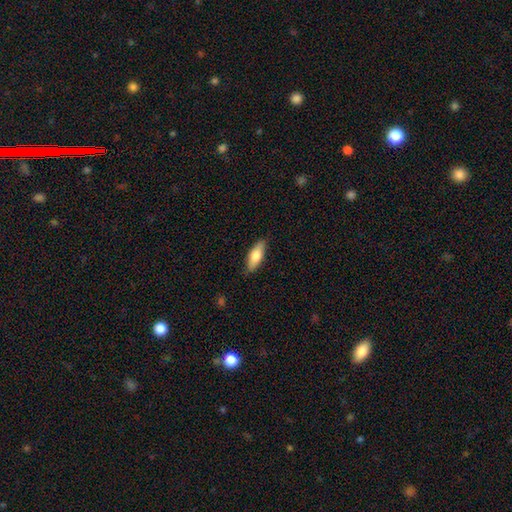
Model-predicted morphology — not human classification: Smooth or featured? Predicted: smooth (p=0.76). How rounded? Predicted: in between (p=0.67). Merging? Predicted: none (p=0.85).